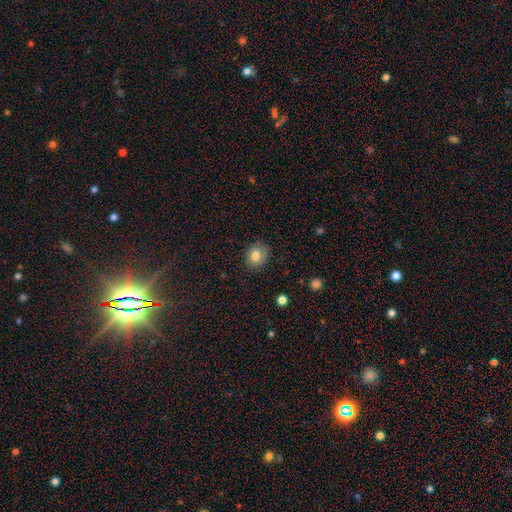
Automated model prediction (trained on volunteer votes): The model was most divided on "how rounded": round: 54%, in between: 45%, cigar-shaped: 1%. More confident: merging — none (82%); smooth or featured — smooth (78%).